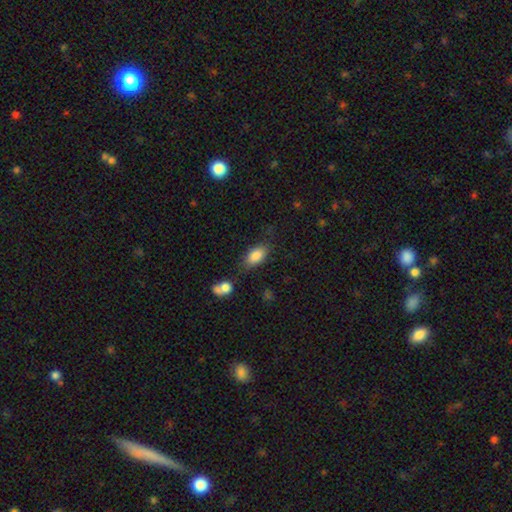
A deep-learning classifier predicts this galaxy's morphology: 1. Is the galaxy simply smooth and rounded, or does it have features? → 84% smooth, 8% featured or disk, 8% star or artifact.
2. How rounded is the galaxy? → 90% in between, 7% round, 4% cigar-shaped.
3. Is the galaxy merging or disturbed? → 69% none, 16% minor disturbance, 9% merger, 6% major disturbance.